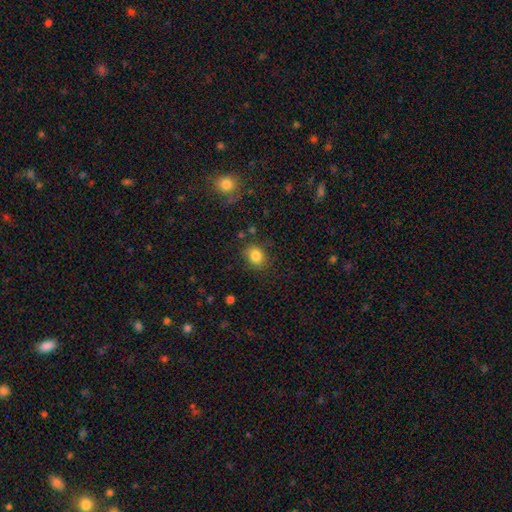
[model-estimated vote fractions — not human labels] Q: Smooth or featured?
A: smooth (83%); runner-up: star or artifact (10%)
Q: How rounded?
A: round (61%); runner-up: in between (38%)
Q: Merging?
A: none (80%); runner-up: minor disturbance (13%)